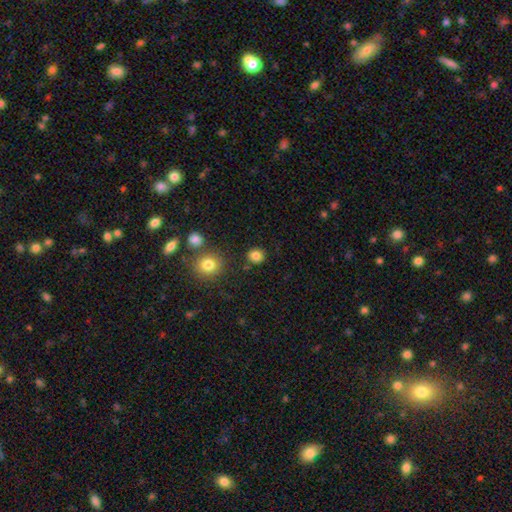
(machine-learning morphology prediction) Smooth or featured?
  - smooth: 83% *
  - star or artifact: 12%
  - featured or disk: 5%
How rounded?
  - round: 89% *
  - in between: 10%
  - cigar-shaped: 1%
Merging?
  - none: 86% *
  - minor disturbance: 7%
  - merger: 4%
  - major disturbance: 3%